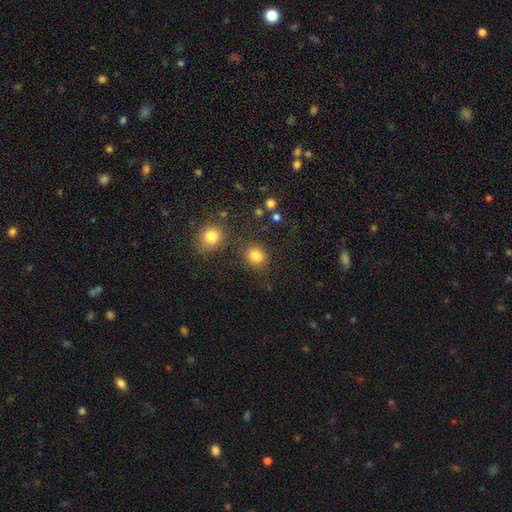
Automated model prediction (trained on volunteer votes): Smooth or featured: smooth — 83% (star or artifact — 12%)
How rounded: round — 77% (in between — 22%)
Merging: none — 78% (minor disturbance — 10%)